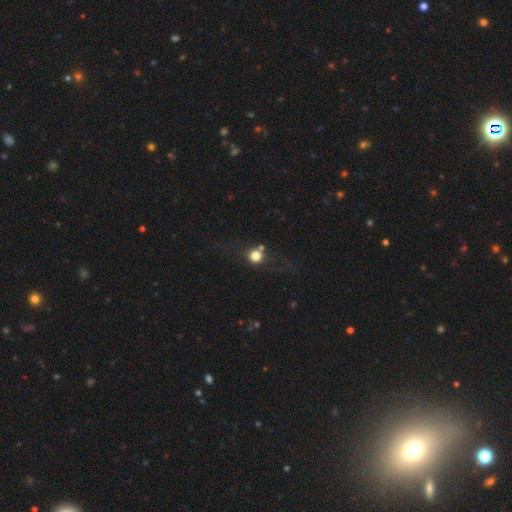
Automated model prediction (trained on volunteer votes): Overall: smooth (72%). How rounded: round (89%). Merging: none (63%).